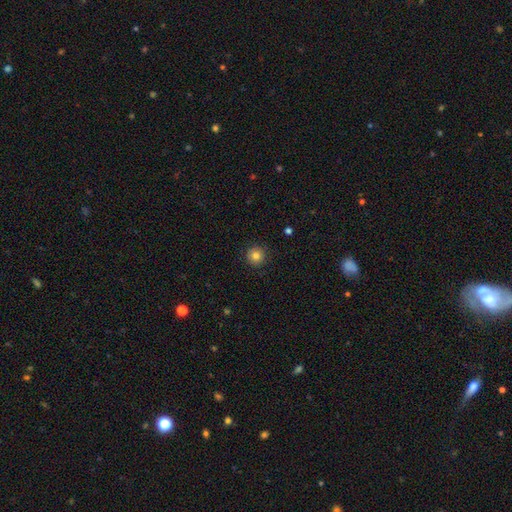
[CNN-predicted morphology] Smooth or featured?
  - smooth: 81% *
  - star or artifact: 11%
  - featured or disk: 8%
How rounded?
  - round: 95% *
  - in between: 4%
  - cigar-shaped: 1%
Merging?
  - none: 91% *
  - minor disturbance: 6%
  - major disturbance: 2%
  - merger: 1%